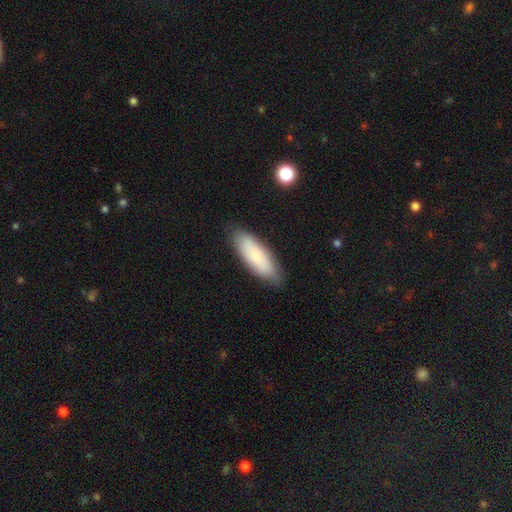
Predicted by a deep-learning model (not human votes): Smooth or featured? Predicted: smooth (p=0.81). How rounded? Predicted: in between (p=0.60). Merging? Predicted: none (p=0.83).